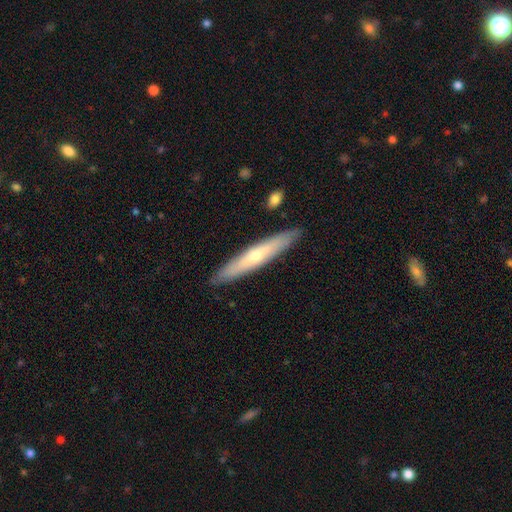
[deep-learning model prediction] Overall: featured or disk (48%; smooth 46%). Merging: none (89%).